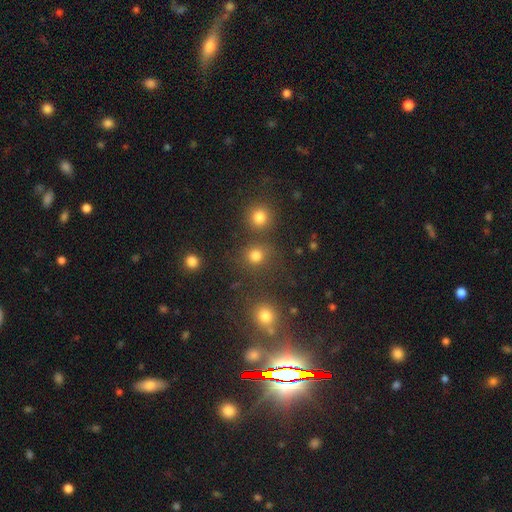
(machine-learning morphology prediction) Q: Smooth or featured?
A: smooth (78%); runner-up: star or artifact (16%)
Q: How rounded?
A: round (89%); runner-up: in between (10%)
Q: Merging?
A: none (73%); runner-up: merger (14%)